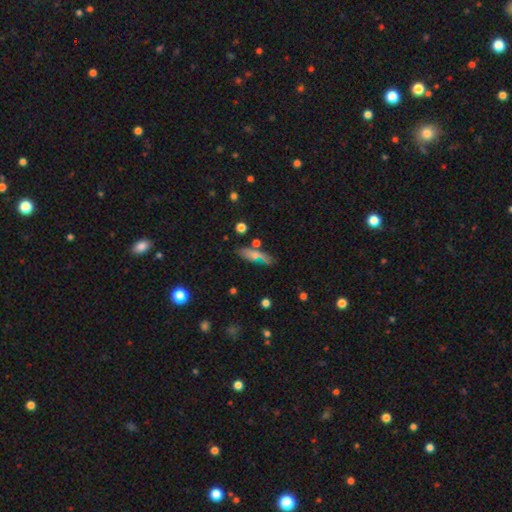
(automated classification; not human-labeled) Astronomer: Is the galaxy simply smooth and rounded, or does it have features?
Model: smooth — 64%.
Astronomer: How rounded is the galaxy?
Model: cigar-shaped — 59% (runner-up: in between, 36%).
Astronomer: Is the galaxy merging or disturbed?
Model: none — 69%.